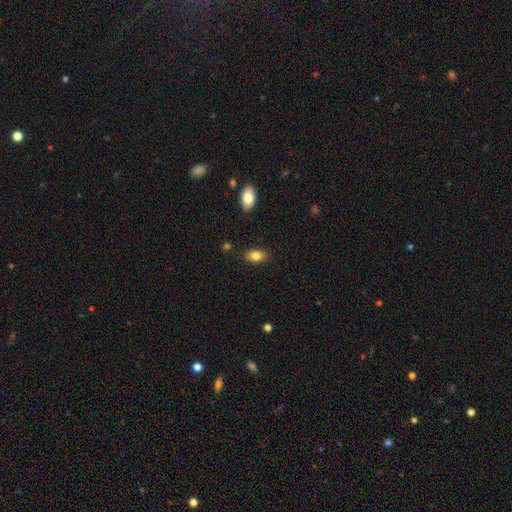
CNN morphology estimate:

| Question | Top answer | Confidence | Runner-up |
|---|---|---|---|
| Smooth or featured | smooth | 83% | featured or disk (9%) |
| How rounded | in between | 89% | round (9%) |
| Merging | none | 85% | minor disturbance (11%) |